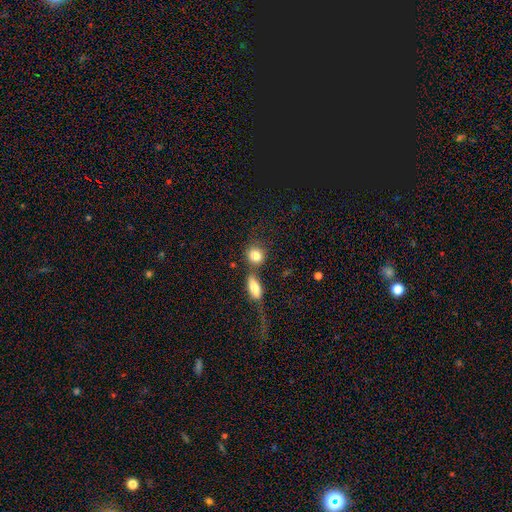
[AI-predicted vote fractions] The model was most divided on "merging": none: 59%, merger: 26%, minor disturbance: 11%, major disturbance: 5%. More confident: smooth or featured — smooth (83%); how rounded — round (71%).